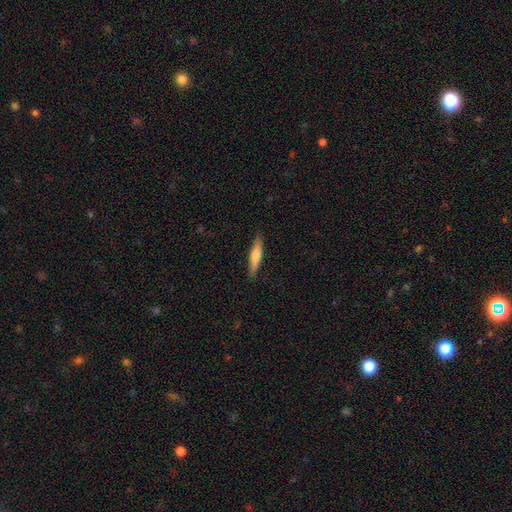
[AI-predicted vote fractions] This appears to be a smooth galaxy with no disk features (63%) that is cigar-shaped (86%). Merging: none (89%).